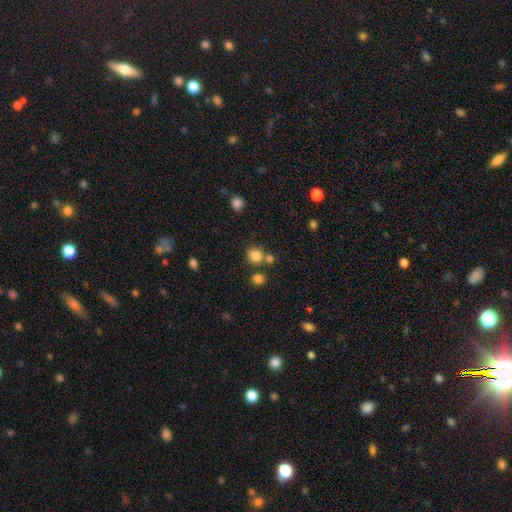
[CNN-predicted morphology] smooth-or-featured: smooth: 82% | star or artifact: 13% | featured or disk: 5%
  how-rounded: round: 74% | in between: 25% | cigar-shaped: 1%
  merging: none: 66% | merger: 19% | minor disturbance: 10% | major disturbance: 4%